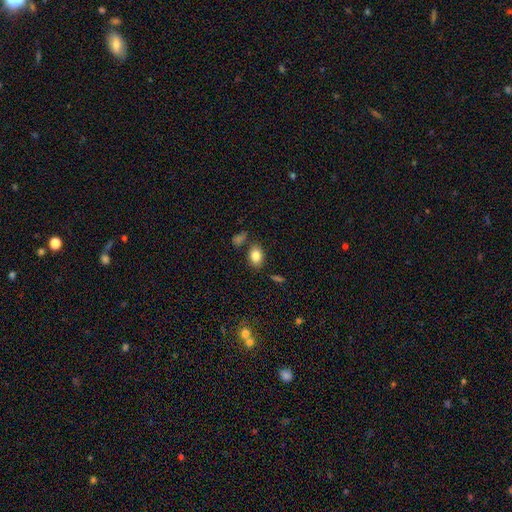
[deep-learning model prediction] This appears to be a smooth galaxy with no disk features (83%) that is in between round and cigar-shaped (80%). Merging: none (78%).